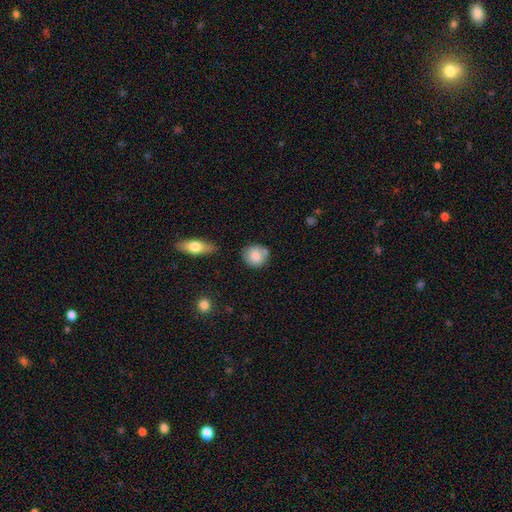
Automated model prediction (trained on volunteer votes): A smooth galaxy with no disk features (81%) that is round (86%).

Vote fractions:
- Smooth or featured? smooth: 81% / featured or disk: 11% / star or artifact: 8%
- How rounded? round: 86% / in between: 13% / cigar-shaped: 1%
- Merging? none: 71% / minor disturbance: 15% / merger: 10% / major disturbance: 4%